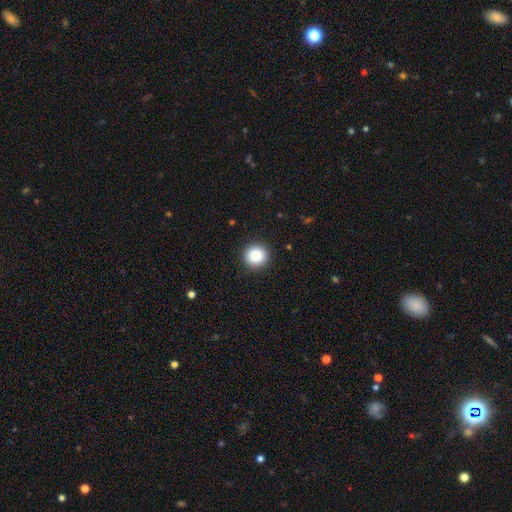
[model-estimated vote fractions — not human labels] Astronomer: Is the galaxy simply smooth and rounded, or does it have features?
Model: smooth — 86%.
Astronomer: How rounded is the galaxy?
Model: round — 92%.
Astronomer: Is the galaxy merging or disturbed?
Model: none — 92%.